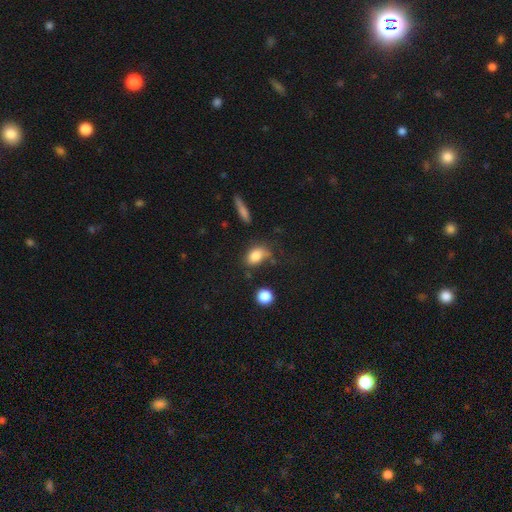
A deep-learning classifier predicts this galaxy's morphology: This appears to be a smooth galaxy with no disk features (82%) that is in between round and cigar-shaped (79%). Merging: none (58%).